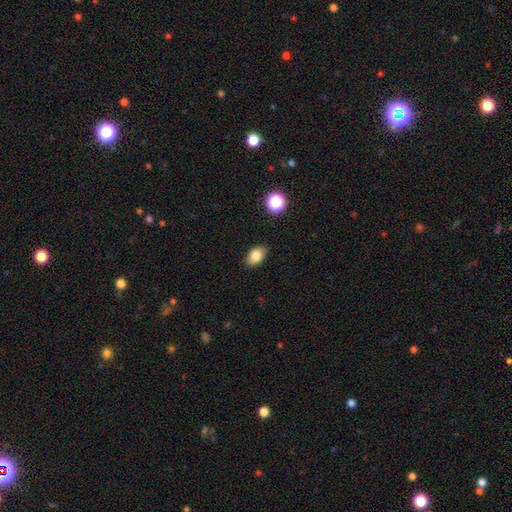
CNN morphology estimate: Smooth or featured? smooth (81%)
How rounded? in between (88%)
Merging? none (87%)